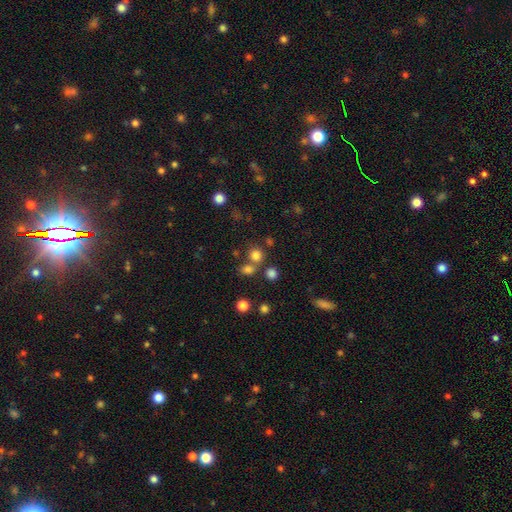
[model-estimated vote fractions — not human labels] The model was most divided on "merging": none: 66%, merger: 22%, minor disturbance: 8%, major disturbance: 4%. More confident: how rounded — round (83%); smooth or featured — smooth (77%).